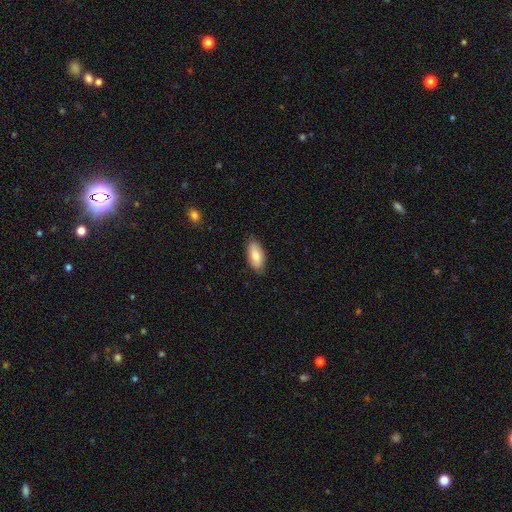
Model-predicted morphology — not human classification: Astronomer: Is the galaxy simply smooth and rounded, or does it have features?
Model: smooth — 79%.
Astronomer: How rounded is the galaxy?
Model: in between — 92%.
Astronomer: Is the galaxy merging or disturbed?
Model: none — 85%.